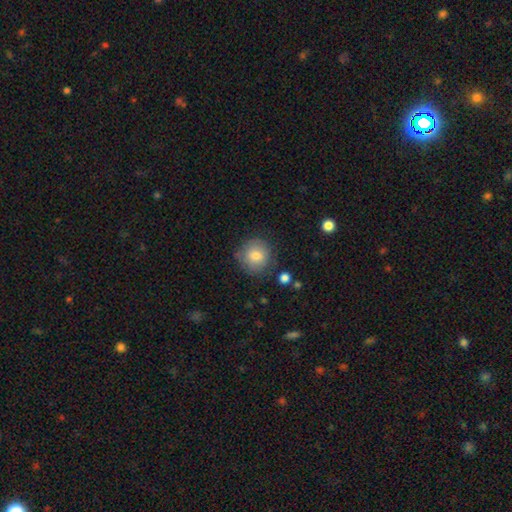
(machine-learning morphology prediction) This is likely a smooth galaxy (80%). How rounded: clearly round (89%). Merging: likely none (79%).